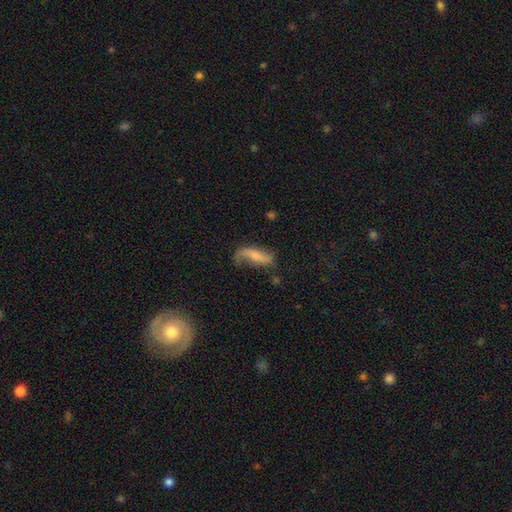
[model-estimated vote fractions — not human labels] This appears to be a featured or disk galaxy (56%). Merging: none (49%).